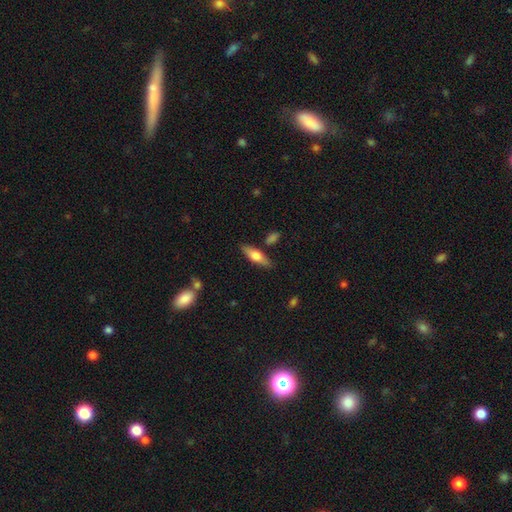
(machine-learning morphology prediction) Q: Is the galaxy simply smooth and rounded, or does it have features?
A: smooth — 55%.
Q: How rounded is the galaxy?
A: cigar-shaped — 54%.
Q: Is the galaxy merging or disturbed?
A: none — 81%.